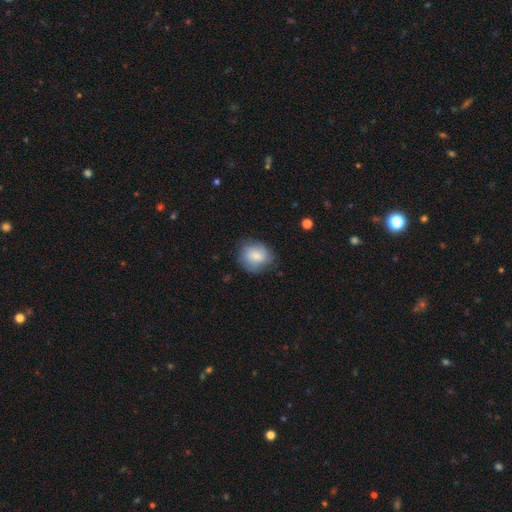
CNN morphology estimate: Smooth or featured? Predicted: smooth (p=0.78). How rounded? Predicted: round (p=0.73). Merging? Predicted: none (p=0.74).